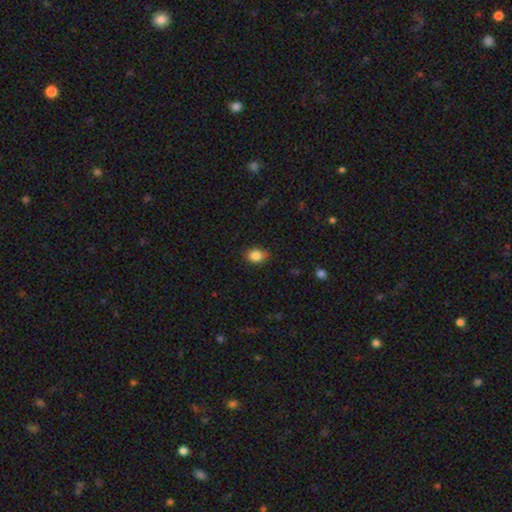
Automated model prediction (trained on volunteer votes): Q: Smooth or featured?
A: smooth (86%); runner-up: star or artifact (9%)
Q: How rounded?
A: in between (68%); runner-up: round (31%)
Q: Merging?
A: none (83%); runner-up: minor disturbance (14%)